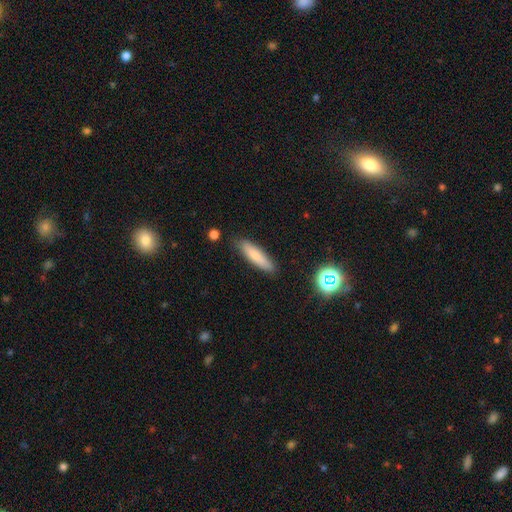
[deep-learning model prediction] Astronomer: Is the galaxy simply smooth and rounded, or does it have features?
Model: smooth — 76%.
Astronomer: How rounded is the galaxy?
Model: cigar-shaped — 74%.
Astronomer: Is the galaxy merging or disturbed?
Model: none — 85%.